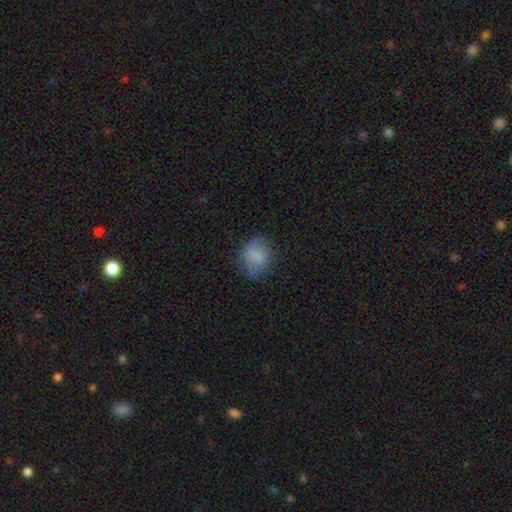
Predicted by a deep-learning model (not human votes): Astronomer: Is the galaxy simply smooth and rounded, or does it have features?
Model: smooth — 72%.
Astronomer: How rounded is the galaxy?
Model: round — 57% (runner-up: in between, 42%).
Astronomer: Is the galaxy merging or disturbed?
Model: none — 64%.